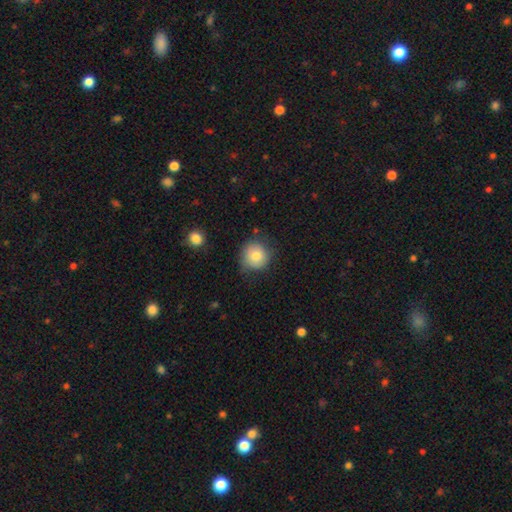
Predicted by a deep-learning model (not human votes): Smooth or featured? Predicted: smooth (p=0.80). How rounded? Predicted: round (p=0.90). Merging? Predicted: none (p=0.73).